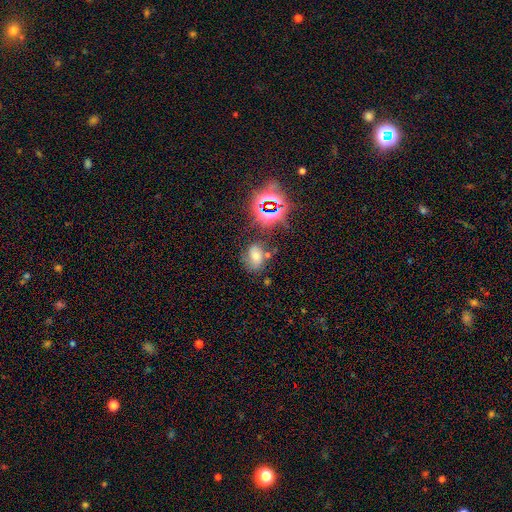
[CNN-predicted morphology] smooth-or-featured: smooth: 53% | star or artifact: 29% | featured or disk: 18%
  how-rounded: in between: 80% | round: 19% | cigar-shaped: 2%
  merging: none: 61% | minor disturbance: 21% | major disturbance: 10% | merger: 9%